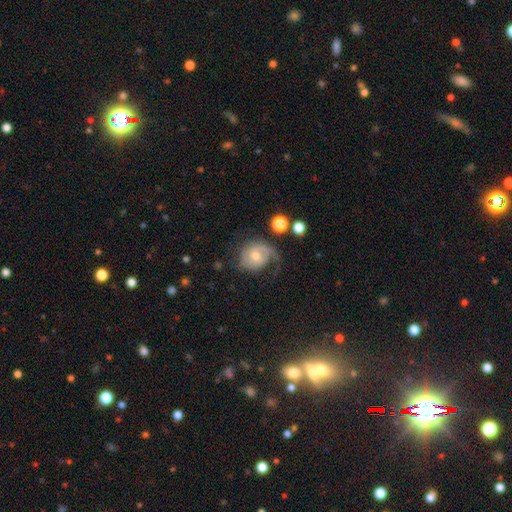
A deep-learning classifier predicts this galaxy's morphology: smooth-or-featured: featured or disk: 63% | smooth: 29% | star or artifact: 7%
  disk-edge-on: no: 97% | yes: 3%
    bar: no: 70% | weak: 26% | strong: 4%
    has-spiral-arms: yes: 87% | no: 13%
      spiral-winding: medium: 38% | tight: 33% | loose: 30%
      spiral-arm-count: 1: 51% | 2: 33% | can't tell: 11% | 3: 2% | 4: 1% | more than 4: 1%
    bulge-size: moderate: 58% | small: 34% | large: 4% | none: 2% | dominant: 1%
  merging: none: 44% | major disturbance: 28% | minor disturbance: 25% | merger: 3%